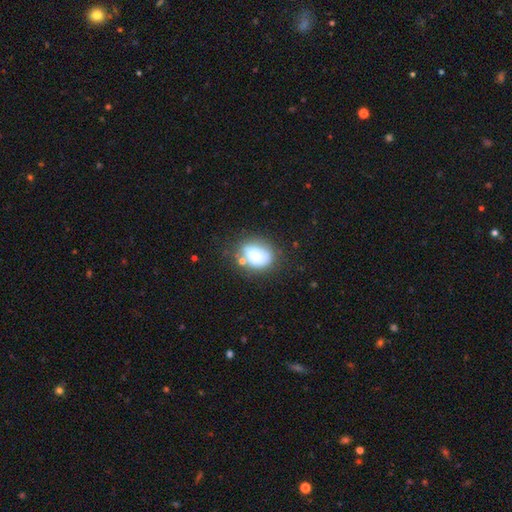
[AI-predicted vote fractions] smooth-or-featured: smooth: 72% | featured or disk: 17% | star or artifact: 10%
  how-rounded: in between: 66% | round: 33% | cigar-shaped: 1%
  merging: none: 51% | minor disturbance: 23% | merger: 14% | major disturbance: 12%